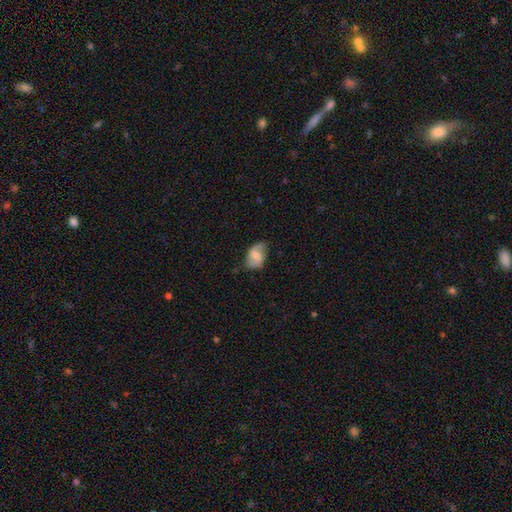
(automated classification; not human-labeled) Smooth or featured?
  - smooth: 48% *
  - featured or disk: 45%
  - star or artifact: 8%
Merging?
  - none: 58% *
  - minor disturbance: 31%
  - major disturbance: 9%
  - merger: 2%